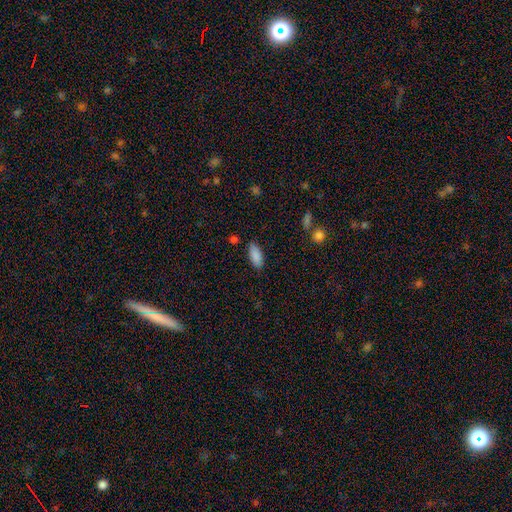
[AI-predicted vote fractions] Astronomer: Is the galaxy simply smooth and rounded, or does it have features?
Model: smooth — 88%.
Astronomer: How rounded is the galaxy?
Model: in between — 85%.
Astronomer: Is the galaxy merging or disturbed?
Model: none — 83%.